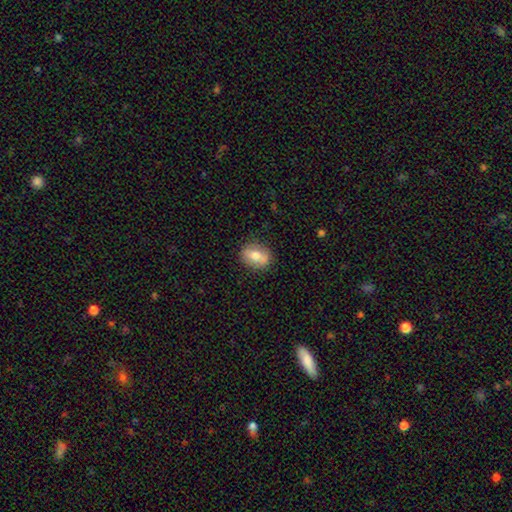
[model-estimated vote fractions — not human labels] Smooth or featured: smooth — 64% (featured or disk — 29%)
How rounded: in between — 65% (round — 32%)
Merging: none — 81% (minor disturbance — 14%)